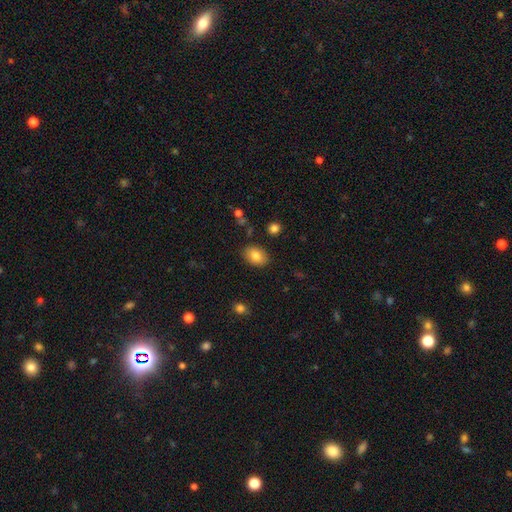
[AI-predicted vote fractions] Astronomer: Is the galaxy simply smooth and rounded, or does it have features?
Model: smooth — 83%.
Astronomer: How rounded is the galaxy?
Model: in between — 80%.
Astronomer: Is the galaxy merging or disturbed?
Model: none — 86%.